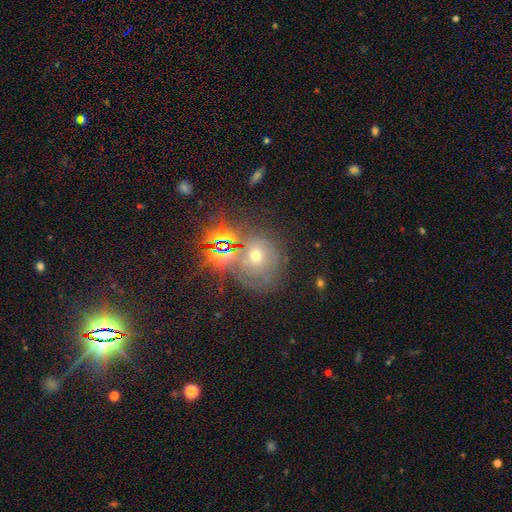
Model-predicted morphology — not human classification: smooth 44%, star or artifact 32%, featured or disk 23%. Down the decision tree: merging — none (56%).